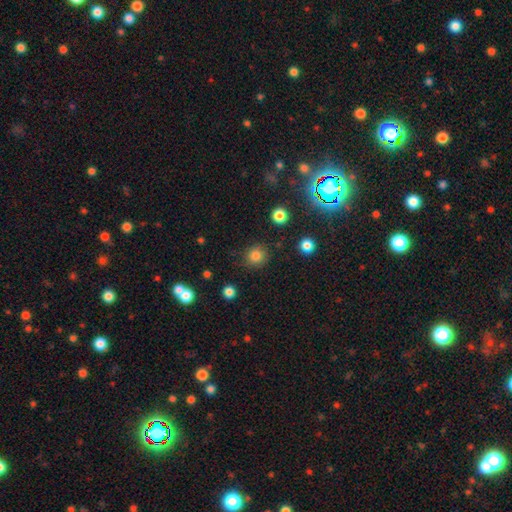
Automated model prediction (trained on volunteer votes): smooth-or-featured: smooth: 81% | star or artifact: 14% | featured or disk: 5%
  how-rounded: round: 91% | in between: 8% | cigar-shaped: 1%
  merging: none: 85% | minor disturbance: 9% | major disturbance: 3% | merger: 2%